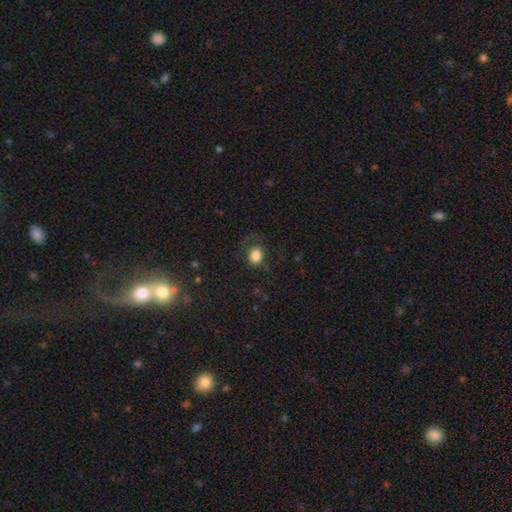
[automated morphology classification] This is clearly a smooth galaxy (80%). How rounded: likely round (68%). Merging: likely none (64%).